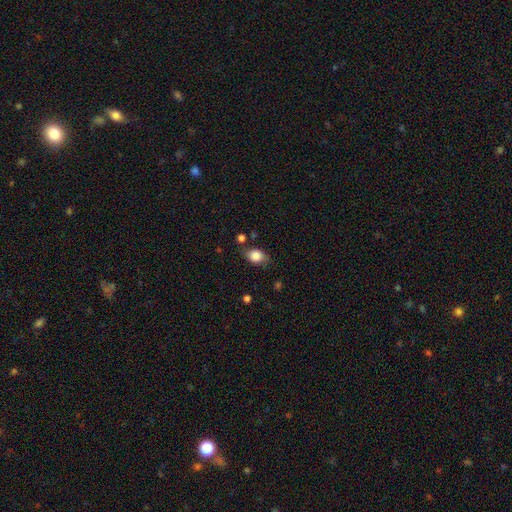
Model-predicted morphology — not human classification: This is clearly a smooth galaxy (81%). How rounded: likely in between (71%). Merging: likely none (67%).